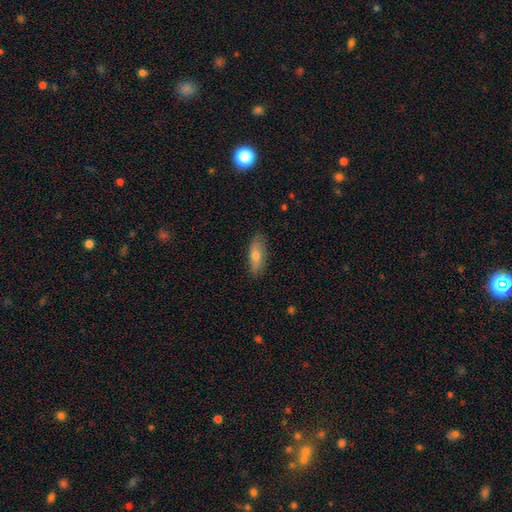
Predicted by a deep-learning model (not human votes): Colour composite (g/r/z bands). It shows a smooth galaxy with no disk features (65%) that is in between round and cigar-shaped (55%). Merging: none (85%).